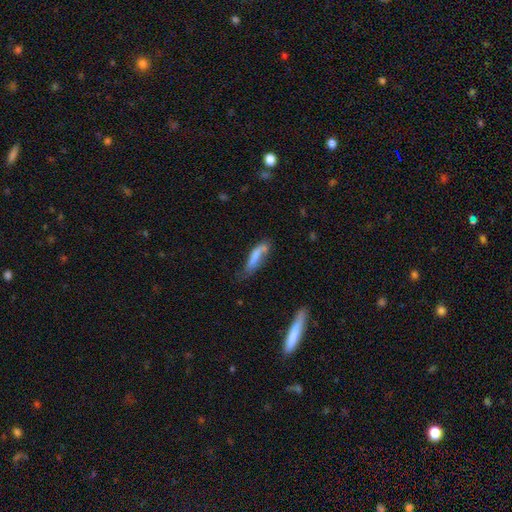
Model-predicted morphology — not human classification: Overall: smooth (67%). How rounded: cigar-shaped (66%; in between 32%). Merging: none (39%; minor disturbance 31%).